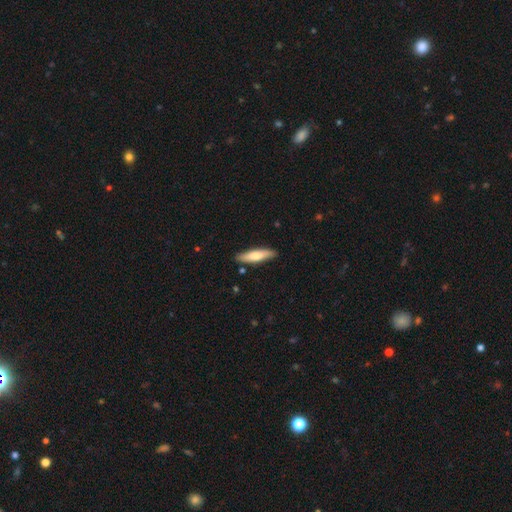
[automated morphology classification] Q: Smooth or featured?
A: smooth (67%); runner-up: featured or disk (27%)
Q: How rounded?
A: cigar-shaped (75%); runner-up: in between (24%)
Q: Merging?
A: none (87%); runner-up: minor disturbance (9%)